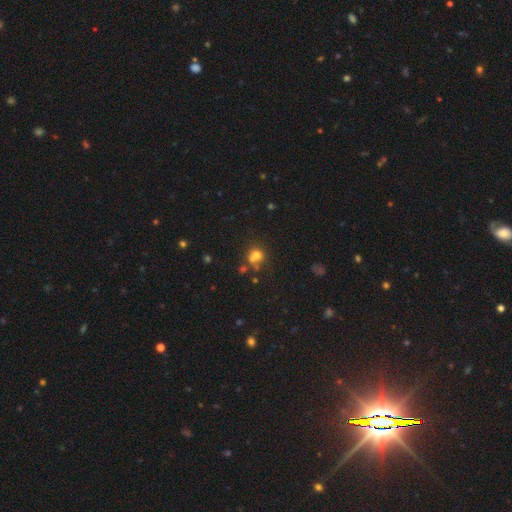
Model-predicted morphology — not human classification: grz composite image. It shows a smooth galaxy with no disk features (66%) that is round (71%). Merging: merger (41%).